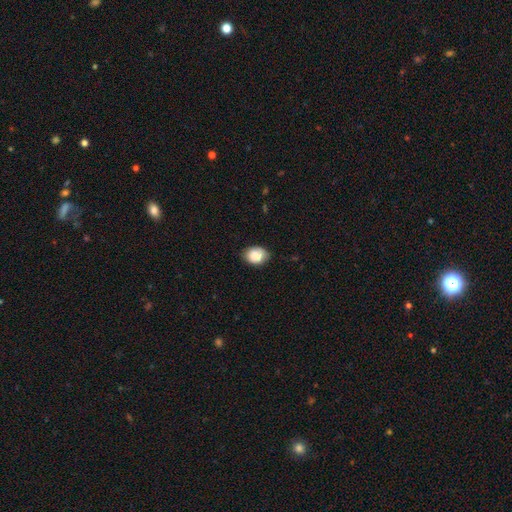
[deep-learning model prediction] smooth 86%, star or artifact 8%, featured or disk 6%. Down the decision tree: how rounded — in between (60%); merging — none (74%).